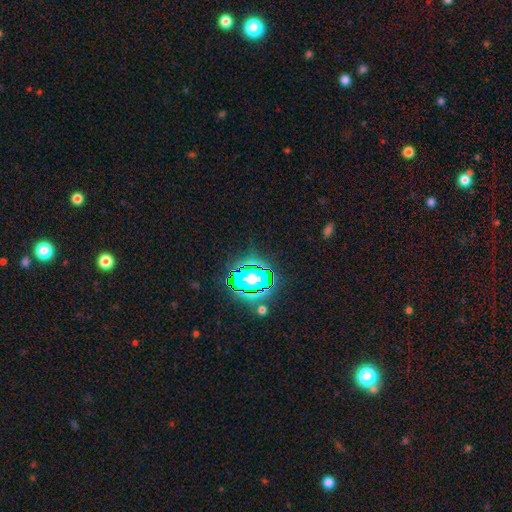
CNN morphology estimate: smooth_or_featured: star or artifact (p=0.80) [alt: smooth p=0.13]